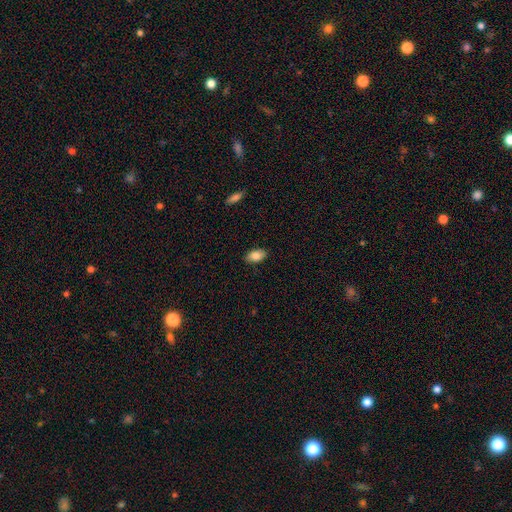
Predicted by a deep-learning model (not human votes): smooth-or-featured: smooth: 85% | featured or disk: 8% | star or artifact: 7%
  how-rounded: in between: 93% | round: 5% | cigar-shaped: 2%
  merging: none: 87% | minor disturbance: 10% | major disturbance: 2% | merger: 1%